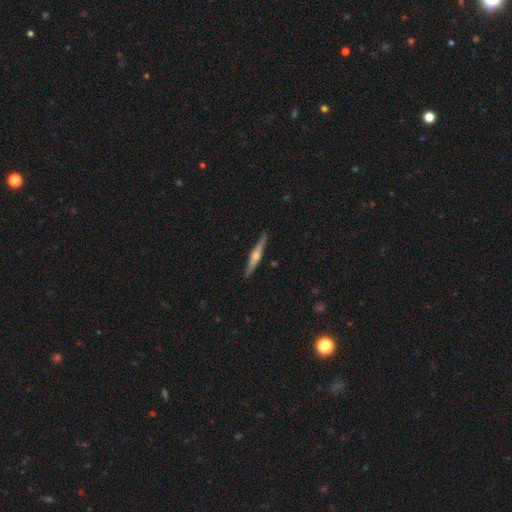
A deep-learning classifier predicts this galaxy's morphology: This is likely a featured or disk galaxy (68%). It is clearly viewed edge-on (98%). Edge-on bulge: clearly rounded (86%). Merging: clearly none (91%).